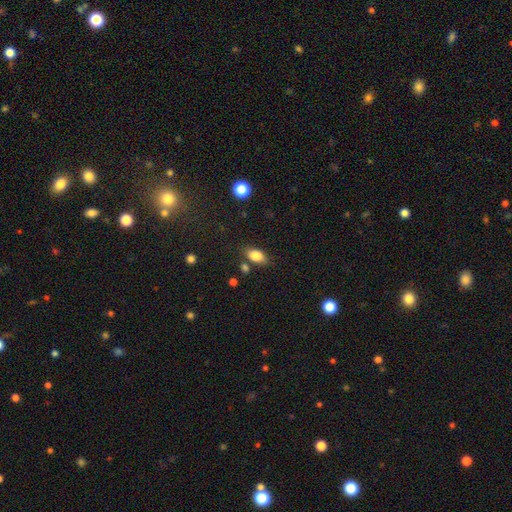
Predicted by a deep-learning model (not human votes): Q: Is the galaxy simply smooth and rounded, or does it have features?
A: smooth — 85%.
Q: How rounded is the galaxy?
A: in between — 88%.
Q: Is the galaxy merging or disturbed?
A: none — 74%.